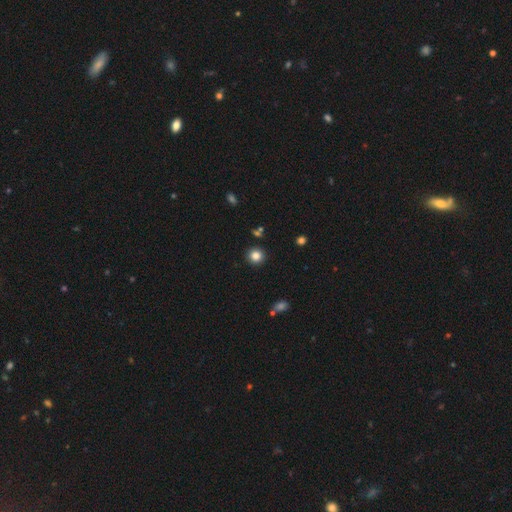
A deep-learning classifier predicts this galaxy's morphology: The model was most divided on "smooth or featured": smooth: 83%, star or artifact: 12%, featured or disk: 5%. More confident: how rounded — round (93%); merging — none (90%).